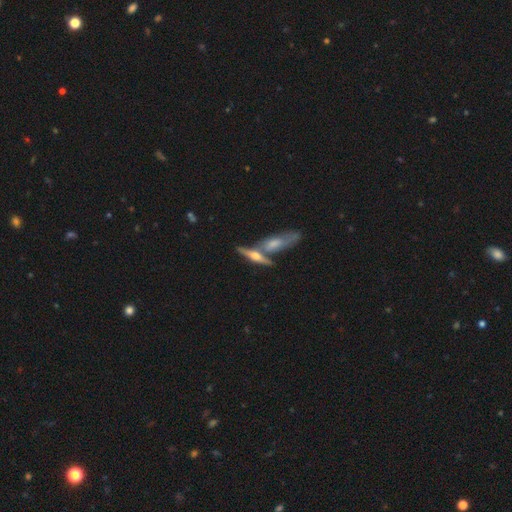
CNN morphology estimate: Smooth or featured? featured or disk (70%)
Edge-on disk? yes (93%)
Edge-on bulge? rounded (91%)
Merging? none (55%)